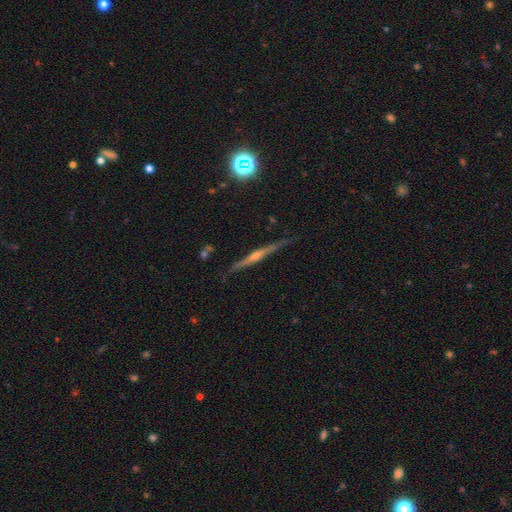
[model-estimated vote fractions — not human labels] Smooth or featured: featured or disk — 79% (smooth — 12%)
Edge-on disk: yes — 98% (no — 2%)
Edge-on bulge: rounded — 80% (none — 12%)
Merging: none — 90% (minor disturbance — 7%)